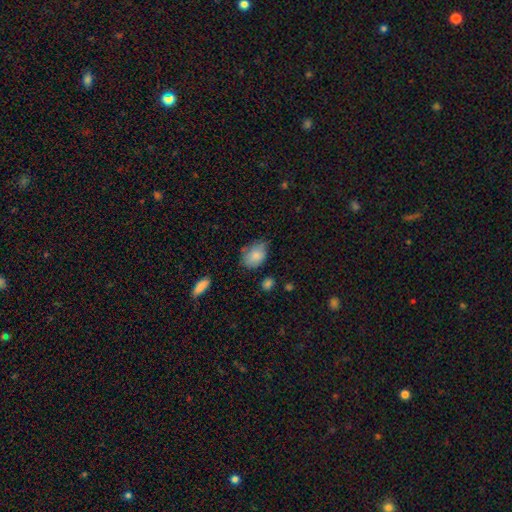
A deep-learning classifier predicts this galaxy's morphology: Smooth or featured? Predicted: smooth (p=0.83). How rounded? Predicted: in between (p=0.78). Merging? Predicted: none (p=0.59).